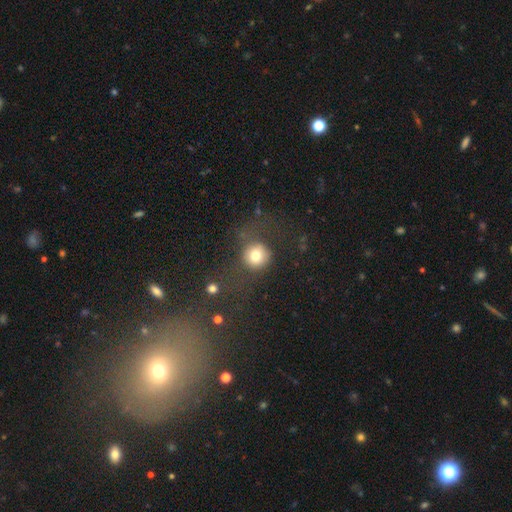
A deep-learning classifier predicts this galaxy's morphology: type=smooth (77%); roundness=round (89%); merging=none (62%).